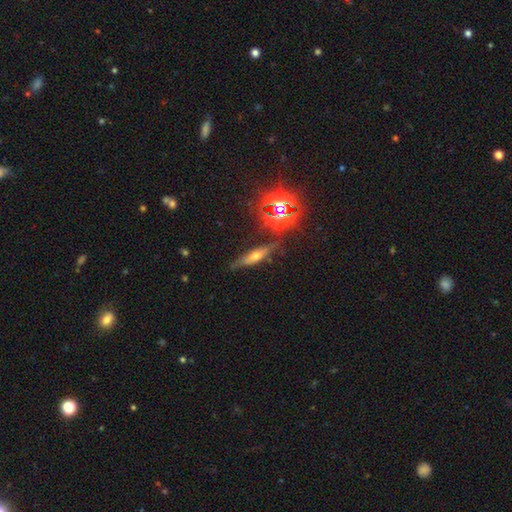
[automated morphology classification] The model was most divided on "smooth or featured": featured or disk: 39%, smooth: 38%, star or artifact: 23%. More confident: merging — none (74%).